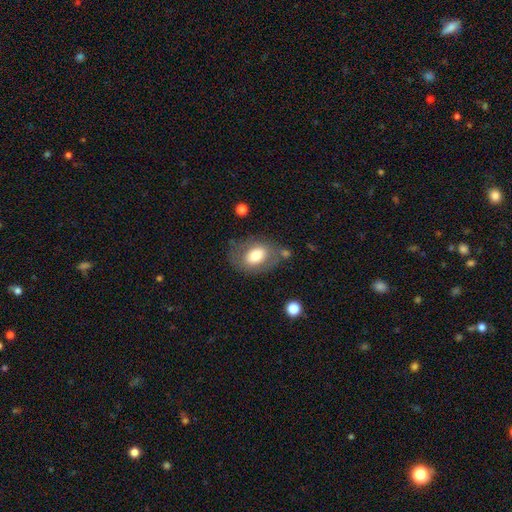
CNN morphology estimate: smooth-or-featured: smooth: 67% | featured or disk: 26% | star or artifact: 7%
  how-rounded: in between: 77% | round: 22% | cigar-shaped: 1%
  merging: none: 62% | minor disturbance: 21% | major disturbance: 11% | merger: 6%